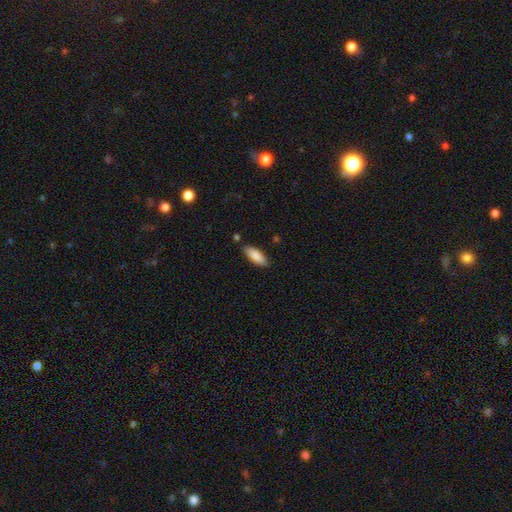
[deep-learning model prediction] smooth-or-featured: smooth: 87% | featured or disk: 7% | star or artifact: 6%
  how-rounded: in between: 72% | cigar-shaped: 26% | round: 2%
  merging: none: 83% | minor disturbance: 12% | merger: 3% | major disturbance: 2%